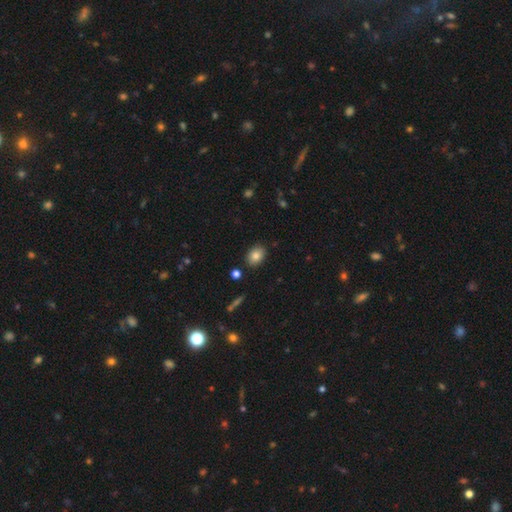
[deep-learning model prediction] Overall: smooth (82%). How rounded: in between (75%). Merging: none (86%).